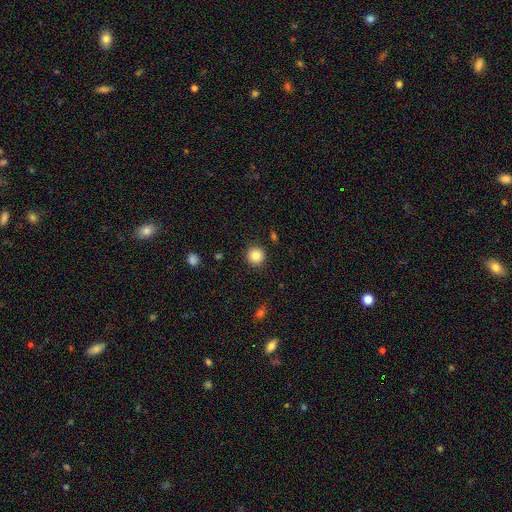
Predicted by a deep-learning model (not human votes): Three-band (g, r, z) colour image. It shows a smooth galaxy with no disk features (84%) that is round (95%). Merging: none (91%).